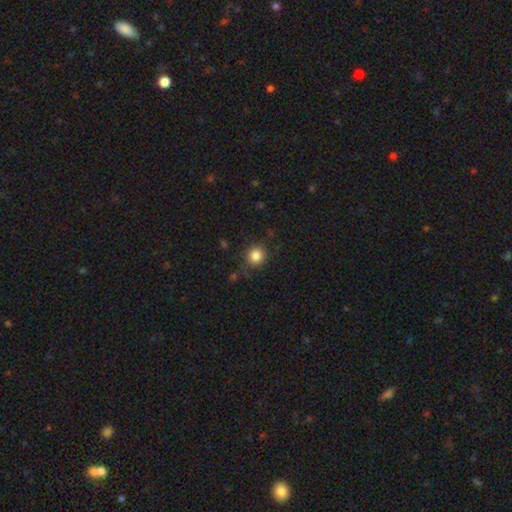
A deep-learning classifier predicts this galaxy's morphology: smooth-or-featured: smooth: 85% | star or artifact: 10% | featured or disk: 5%
  how-rounded: round: 89% | in between: 10% | cigar-shaped: 1%
  merging: none: 81% | minor disturbance: 13% | major disturbance: 4% | merger: 2%